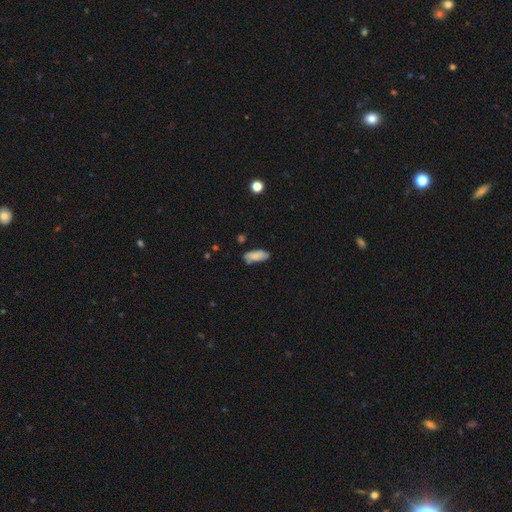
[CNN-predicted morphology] Smooth or featured: smooth — 84% (featured or disk — 8%)
How rounded: in between — 75% (cigar-shaped — 23%)
Merging: none — 71% (minor disturbance — 21%)